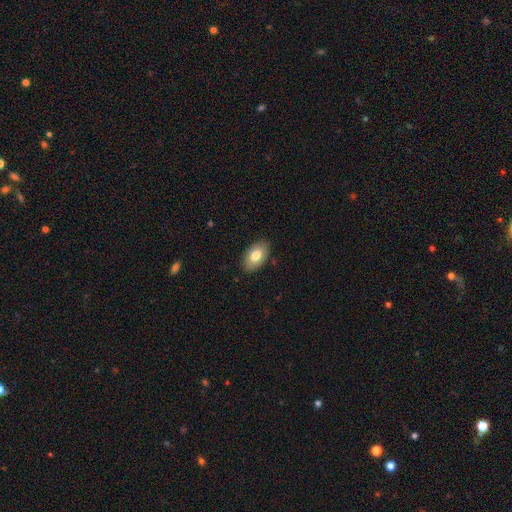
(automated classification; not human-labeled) Smooth or featured?
  - smooth: 79% *
  - featured or disk: 15%
  - star or artifact: 6%
How rounded?
  - in between: 93% *
  - round: 6%
  - cigar-shaped: 1%
Merging?
  - none: 88% *
  - minor disturbance: 9%
  - major disturbance: 2%
  - merger: 1%